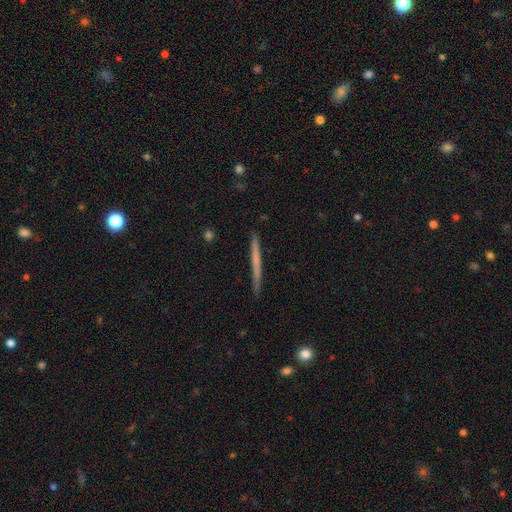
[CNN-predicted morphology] This appears to be a smooth galaxy with no disk features (50%) that is cigar-shaped (97%). Merging: none (90%).